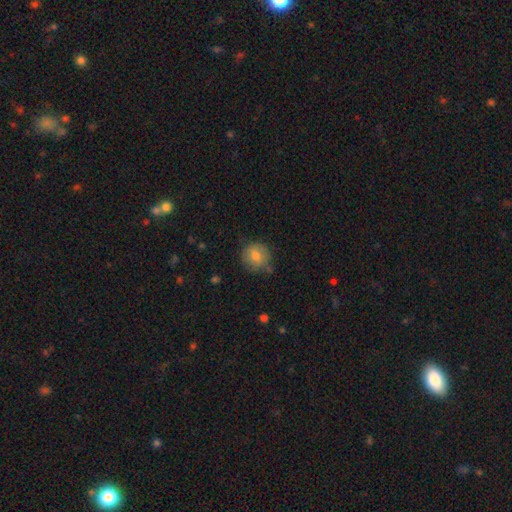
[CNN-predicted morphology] Overall: smooth (78%). How rounded: round (89%). Merging: none (76%).